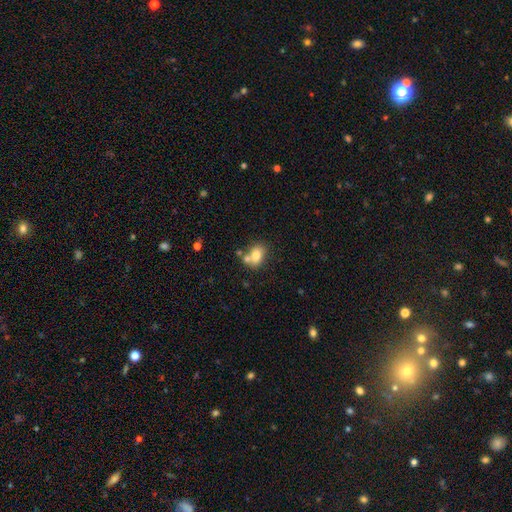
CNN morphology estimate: The model was most divided on "merging": none: 52%, merger: 30%, minor disturbance: 14%, major disturbance: 4%. More confident: smooth or featured — smooth (77%); how rounded — in between (68%).